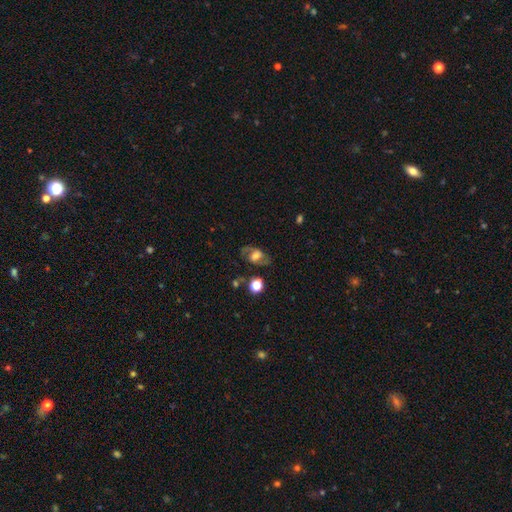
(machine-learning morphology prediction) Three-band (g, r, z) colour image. It shows a featured or disk galaxy (62%) with a weak bar (41%), spiral arms (81%) and a moderate central bulge (45%). Merging: none (69%).